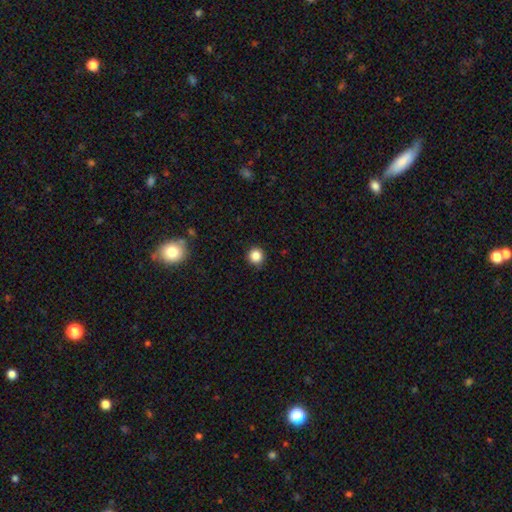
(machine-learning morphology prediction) smooth 85%, star or artifact 11%, featured or disk 4%. Down the decision tree: how rounded — round (95%); merging — none (91%).